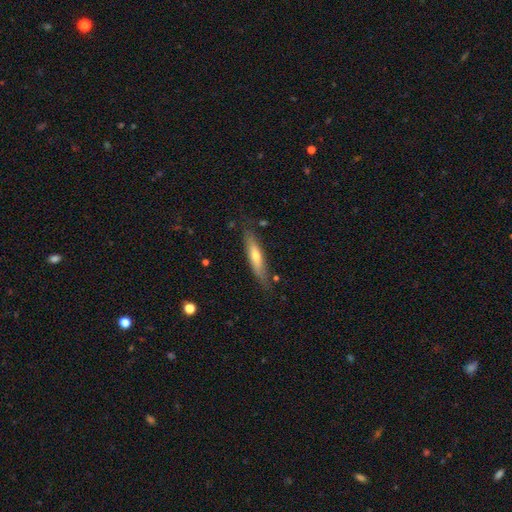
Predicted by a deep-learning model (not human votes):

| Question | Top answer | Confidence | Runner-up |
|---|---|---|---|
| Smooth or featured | smooth | 54% | featured or disk (40%) |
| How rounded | cigar-shaped | 81% | in between (17%) |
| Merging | none | 78% | minor disturbance (17%) |